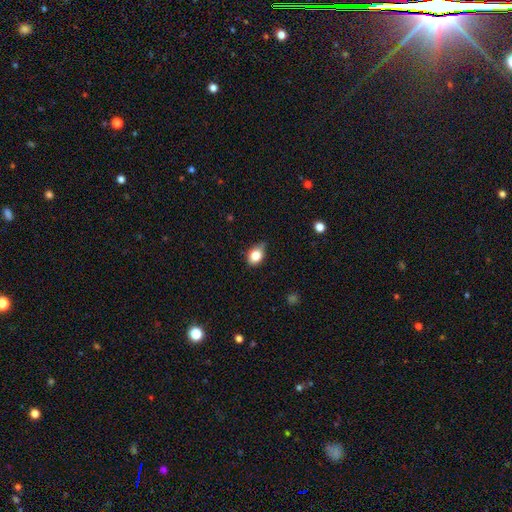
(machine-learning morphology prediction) Smooth or featured?
  - smooth: 81% *
  - featured or disk: 10%
  - star or artifact: 9%
How rounded?
  - in between: 64% *
  - round: 34%
  - cigar-shaped: 2%
Merging?
  - none: 58% *
  - minor disturbance: 35%
  - major disturbance: 6%
  - merger: 2%